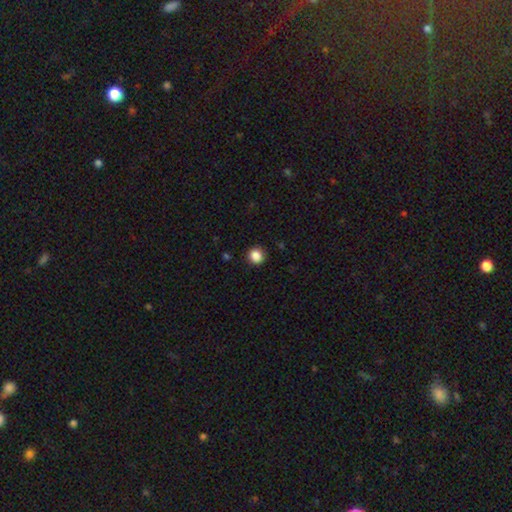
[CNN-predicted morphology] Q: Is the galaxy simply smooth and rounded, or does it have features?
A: smooth — 86%.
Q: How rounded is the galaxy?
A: round — 91%.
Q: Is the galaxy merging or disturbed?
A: none — 91%.